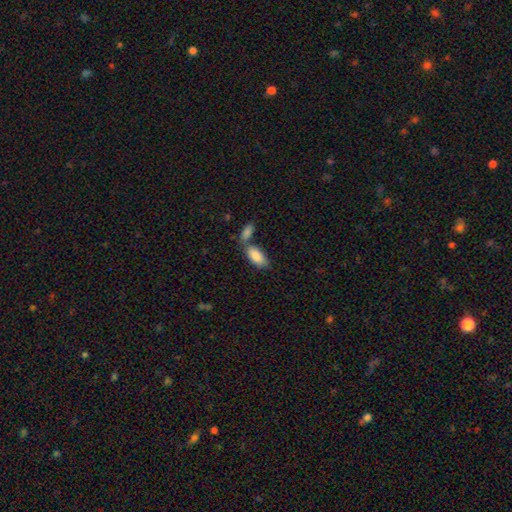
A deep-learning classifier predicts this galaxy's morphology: Smooth or featured? Predicted: smooth (p=0.87). How rounded? Predicted: in between (p=0.91). Merging? Predicted: none (p=0.47).